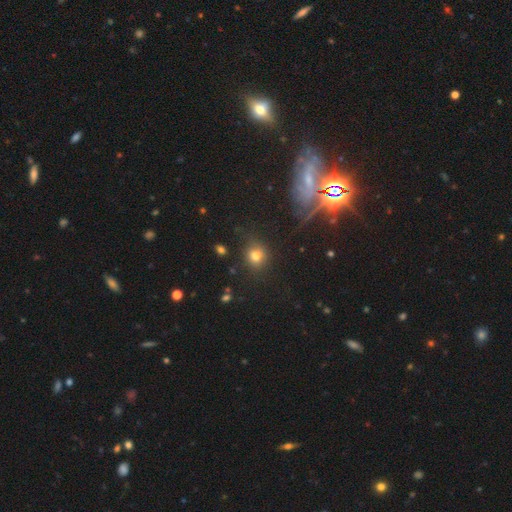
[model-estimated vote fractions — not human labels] Morphology: type=smooth (74%); roundness=round (78%); merging=none (78%).